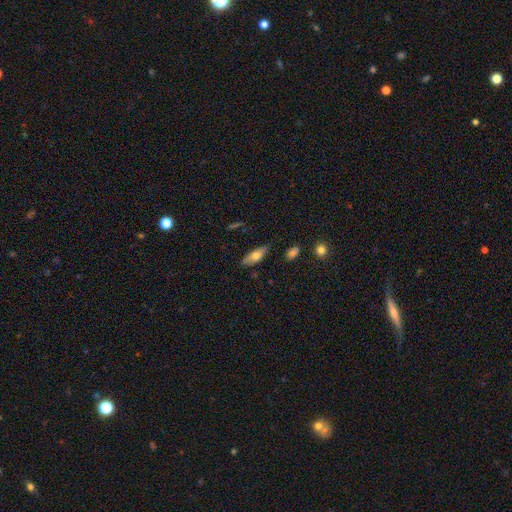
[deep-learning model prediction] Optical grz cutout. It shows a smooth galaxy with no disk features (66%) that is in between round and cigar-shaped (69%). Merging: none (78%).